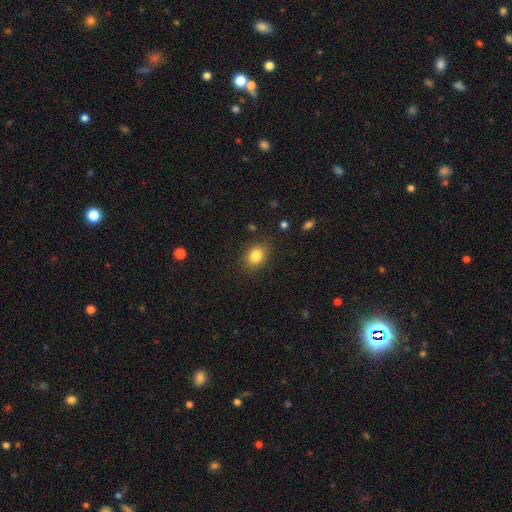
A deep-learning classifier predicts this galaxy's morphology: Smooth or featured?
  - smooth: 83% *
  - star or artifact: 10%
  - featured or disk: 7%
How rounded?
  - in between: 52% *
  - round: 47%
  - cigar-shaped: 1%
Merging?
  - none: 85% *
  - minor disturbance: 11%
  - major disturbance: 3%
  - merger: 1%